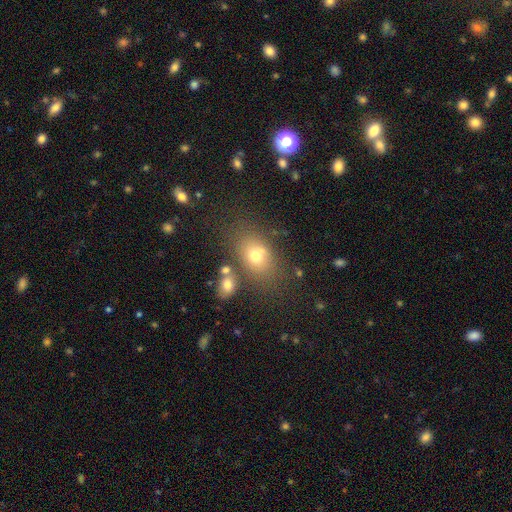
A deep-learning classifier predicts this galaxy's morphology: This appears to be a smooth galaxy with no disk features (68%) that is in between round and cigar-shaped (72%). Merging: none (64%).